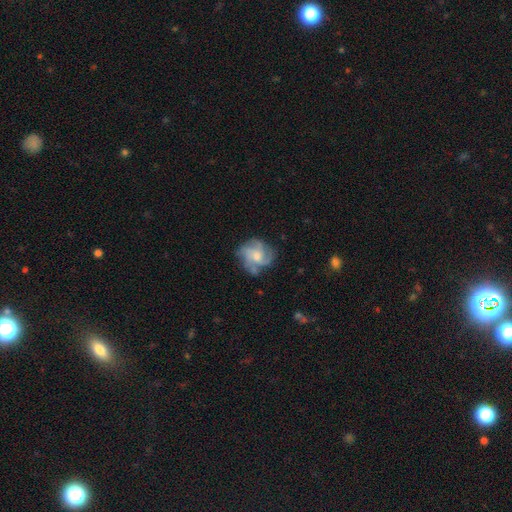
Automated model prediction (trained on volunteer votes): A featured or disk galaxy (67%) with no bar (71%), 4 (33%) medium (45%) spiral arms (87%) and a moderate central bulge (54%). Merging: none (66%).